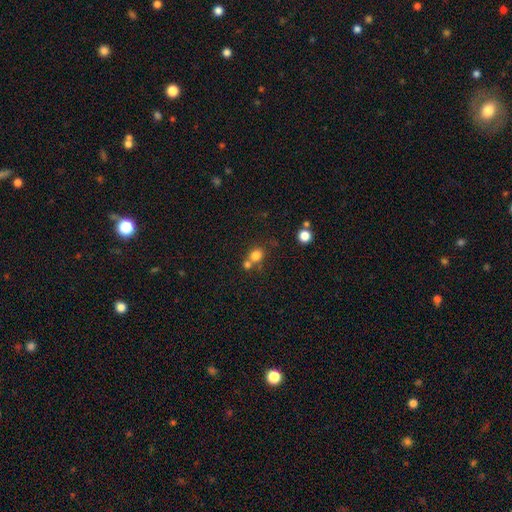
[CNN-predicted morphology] Overall: smooth (78%). How rounded: round (77%). Merging: none (49%; merger 39%).